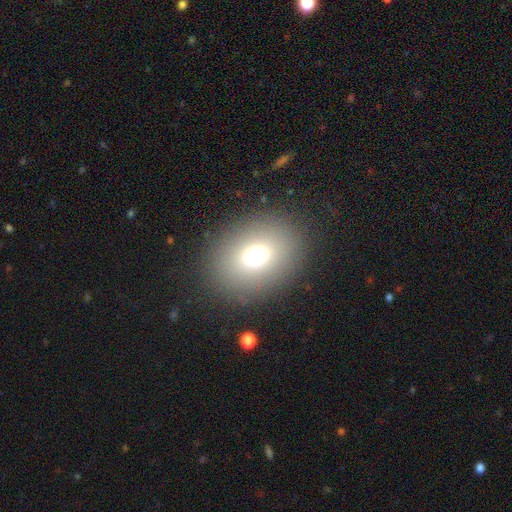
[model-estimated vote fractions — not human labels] smooth_or_featured: smooth (p=0.70) [alt: star or artifact p=0.17]
how_rounded: in between (p=0.52) [alt: round p=0.47]
merging: none (p=0.86) [alt: minor disturbance p=0.08]